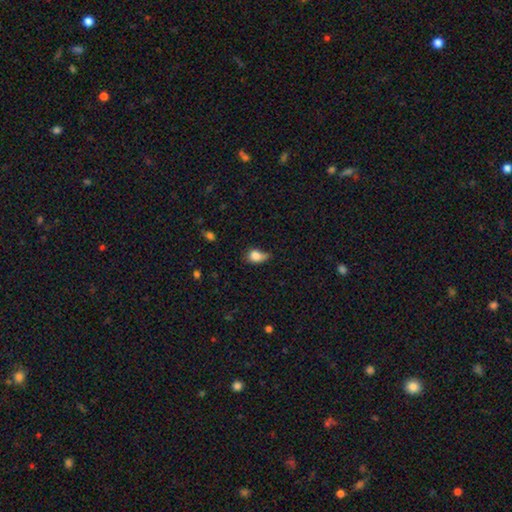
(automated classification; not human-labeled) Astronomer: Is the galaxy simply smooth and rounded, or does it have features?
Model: smooth — 82%.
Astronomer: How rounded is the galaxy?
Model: in between — 65%.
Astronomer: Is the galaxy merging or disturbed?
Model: minor disturbance — 45% (runner-up: none, 34%).